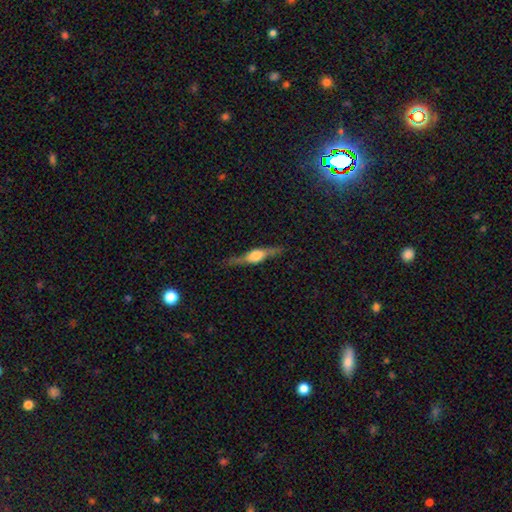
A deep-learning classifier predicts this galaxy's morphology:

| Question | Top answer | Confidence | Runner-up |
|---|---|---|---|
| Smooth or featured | featured or disk | 75% | smooth (20%) |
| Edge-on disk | yes | 97% | no (3%) |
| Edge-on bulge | rounded | 87% | boxy (11%) |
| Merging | none | 85% | minor disturbance (11%) |